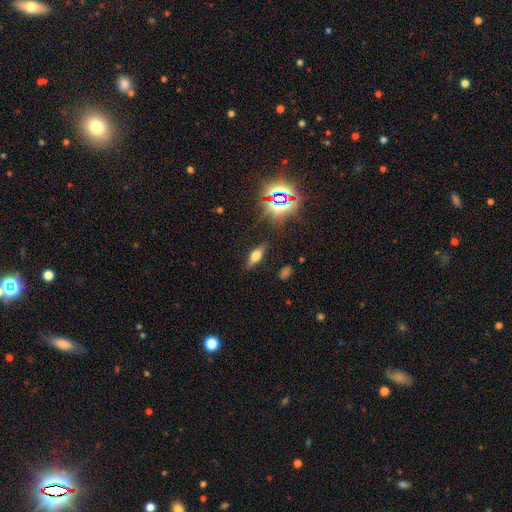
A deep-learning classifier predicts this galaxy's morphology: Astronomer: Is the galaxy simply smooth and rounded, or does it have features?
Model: smooth — 43% (runner-up: featured or disk, 38%).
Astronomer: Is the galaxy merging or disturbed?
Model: none — 84%.